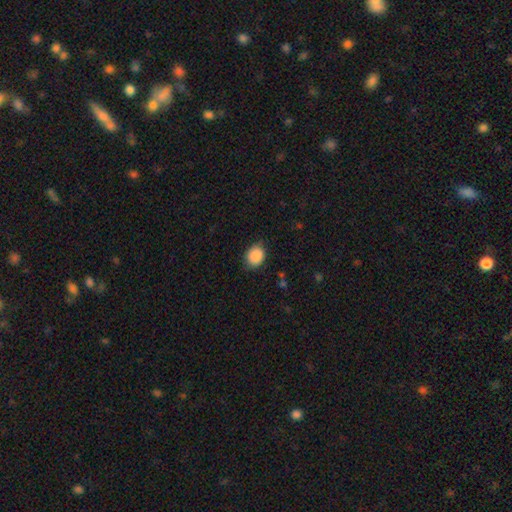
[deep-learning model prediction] This appears to be a smooth galaxy with no disk features (88%) that is in between round and cigar-shaped (50%). Merging: none (77%).